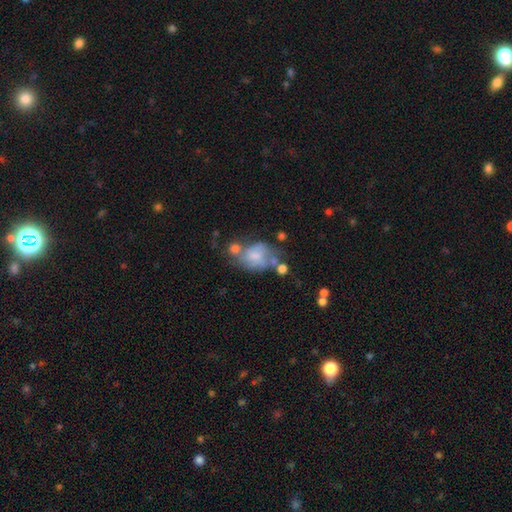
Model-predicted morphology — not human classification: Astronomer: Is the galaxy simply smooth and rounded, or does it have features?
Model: smooth — 45%, tied with featured or disk at 45%.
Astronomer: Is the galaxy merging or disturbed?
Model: none — 32% (runner-up: minor disturbance, 23%).